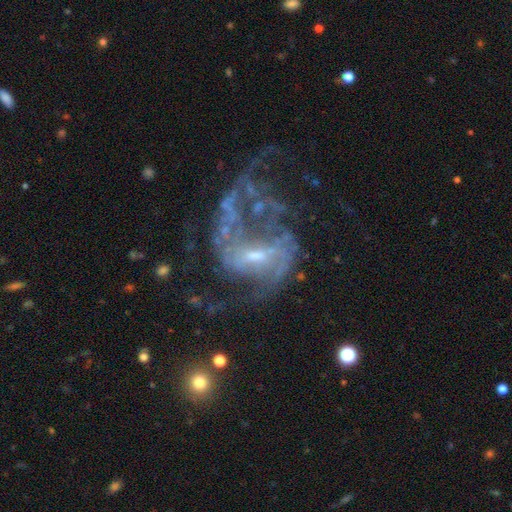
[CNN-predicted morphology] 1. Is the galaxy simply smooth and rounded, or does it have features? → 81% featured or disk, 10% star or artifact, 8% smooth.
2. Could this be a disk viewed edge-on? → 97% no, 3% yes.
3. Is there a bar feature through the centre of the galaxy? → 48% weak, 33% no, 20% strong.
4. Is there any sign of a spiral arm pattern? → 76% yes, 24% no.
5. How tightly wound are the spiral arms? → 50% loose, 37% medium, 14% tight.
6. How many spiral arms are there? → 52% 2, 23% can't tell, 10% 1, 8% 3, 4% 4, 4% more than 4.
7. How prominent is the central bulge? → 48% small, 37% moderate, 10% none, 3% large, 1% dominant.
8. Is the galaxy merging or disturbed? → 42% major disturbance, 32% none, 15% minor disturbance, 11% merger.